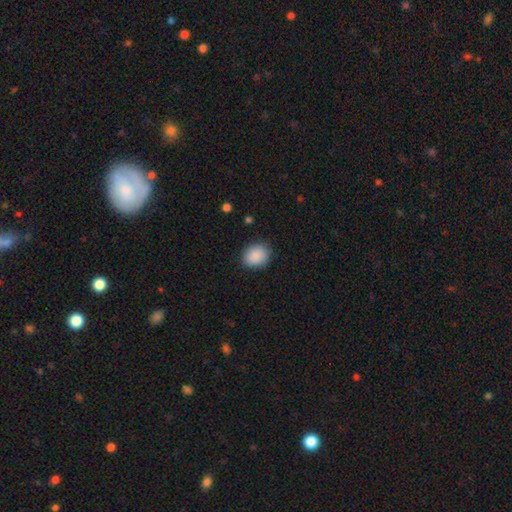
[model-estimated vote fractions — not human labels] Overall: smooth (89%). How rounded: in between (52%; round 47%). Merging: none (85%).